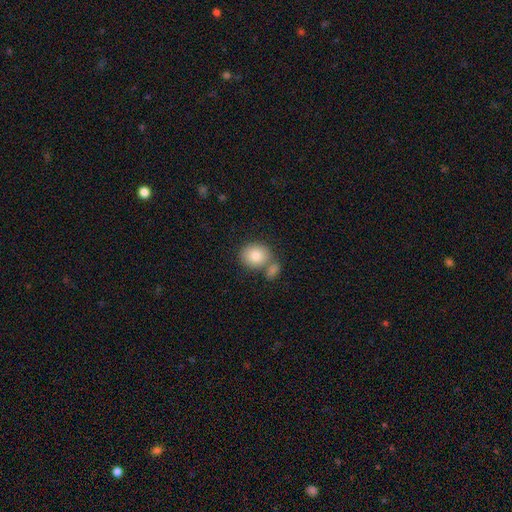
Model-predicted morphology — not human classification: A smooth galaxy with no disk features (82%) that is round (69%).

Vote fractions:
- Smooth or featured? smooth: 82% / featured or disk: 10% / star or artifact: 8%
- How rounded? round: 69% / in between: 30% / cigar-shaped: 1%
- Merging? none: 55% / merger: 30% / minor disturbance: 12% / major disturbance: 4%